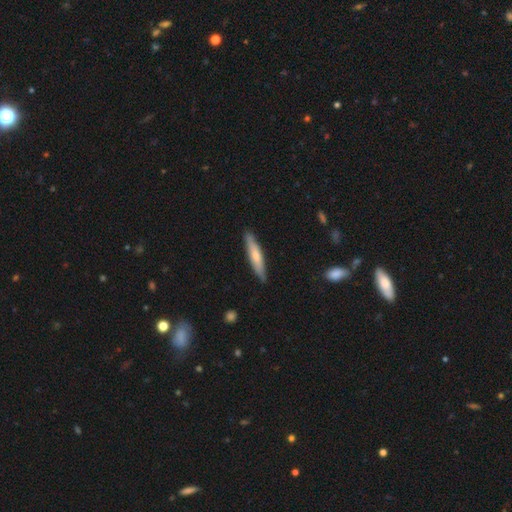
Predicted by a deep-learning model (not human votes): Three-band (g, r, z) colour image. It shows a smooth galaxy with no disk features (60%) that is cigar-shaped (88%). Merging: none (87%).